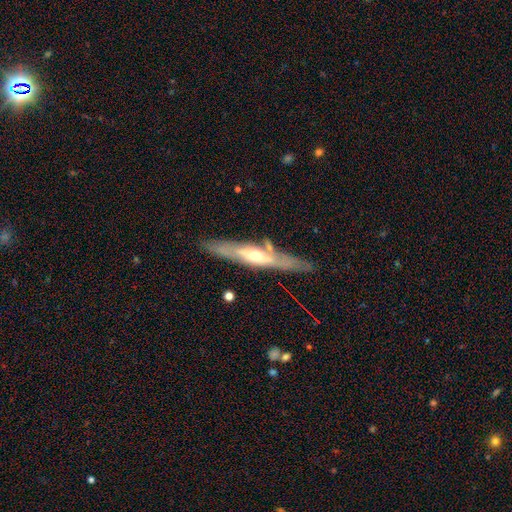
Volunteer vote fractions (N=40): featured or disk 80%, smooth 18%, star or artifact 2%. Down the decision tree: edge-on disk — yes (62%); edge-on bulge — rounded (90%); merging — none (79%).